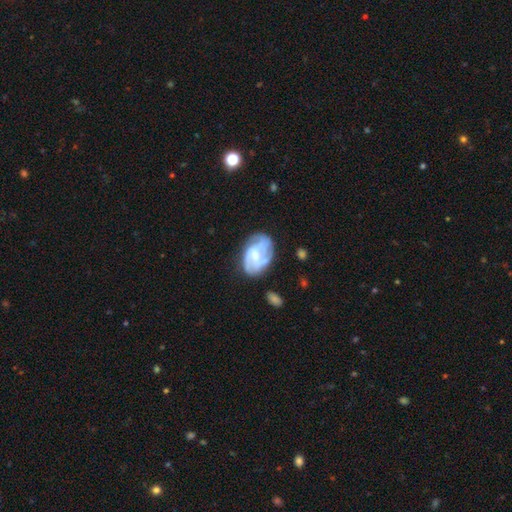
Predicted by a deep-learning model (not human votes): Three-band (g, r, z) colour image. It shows a featured or disk galaxy (76%) with no bar (48%), 2 (32%) medium (42%) spiral arms (86%) and a moderate central bulge (47%, tied with small). Merging: none (57%).